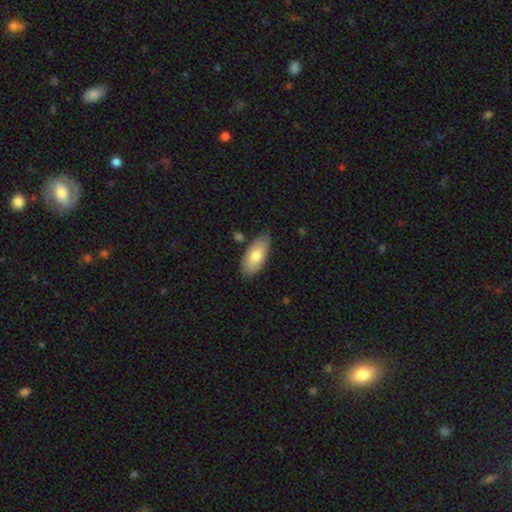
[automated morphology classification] Overall: smooth (75%). How rounded: in between (90%). Merging: none (77%).